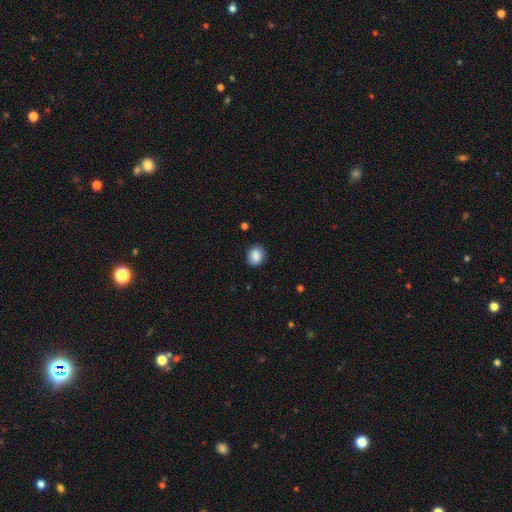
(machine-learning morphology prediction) Smooth or featured?
  - smooth: 88% *
  - star or artifact: 8%
  - featured or disk: 4%
How rounded?
  - round: 55% *
  - in between: 44%
  - cigar-shaped: 1%
Merging?
  - none: 86% *
  - minor disturbance: 10%
  - major disturbance: 2%
  - merger: 1%